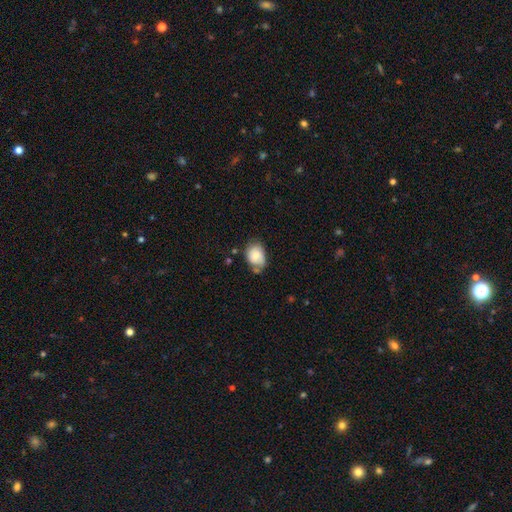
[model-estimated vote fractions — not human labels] Overall: smooth (71%). How rounded: in between (64%; round 35%). Merging: none (49%; minor disturbance 32%).